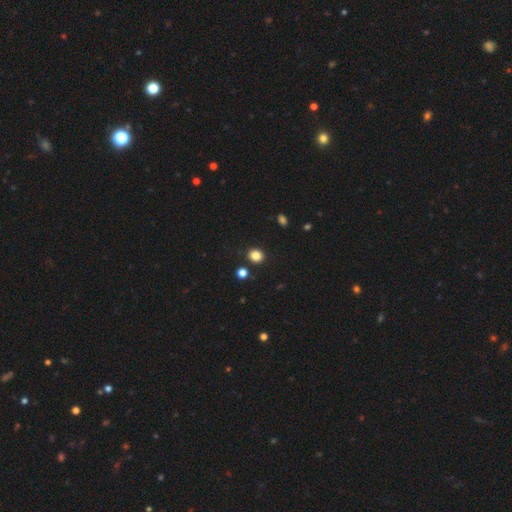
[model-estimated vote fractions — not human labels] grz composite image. It shows a smooth galaxy with no disk features (84%) that is round (72%). Merging: none (87%).